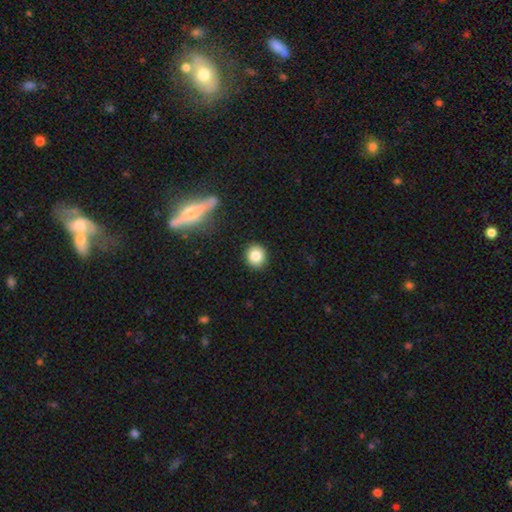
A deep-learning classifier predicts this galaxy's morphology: type=smooth (83%); roundness=round (82%); merging=none (90%).